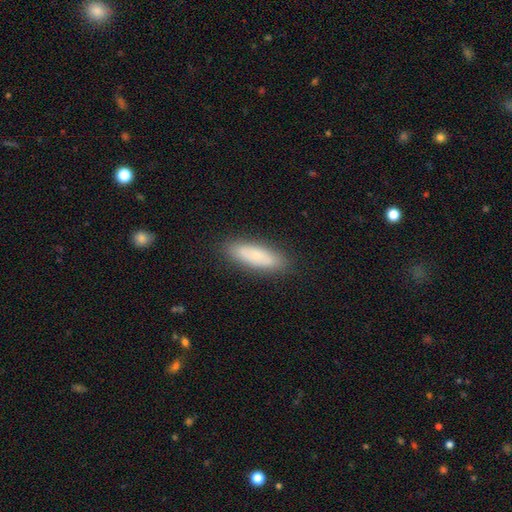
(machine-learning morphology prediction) smooth 79%, featured or disk 15%, star or artifact 7%. Down the decision tree: how rounded — cigar-shaped (50%); merging — none (87%).